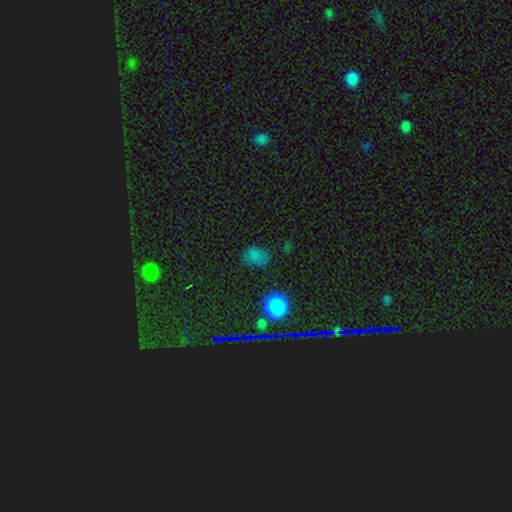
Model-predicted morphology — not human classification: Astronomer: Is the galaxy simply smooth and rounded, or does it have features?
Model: smooth — 71%.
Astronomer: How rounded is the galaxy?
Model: in between — 66%.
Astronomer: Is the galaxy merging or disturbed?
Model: none — 63%.